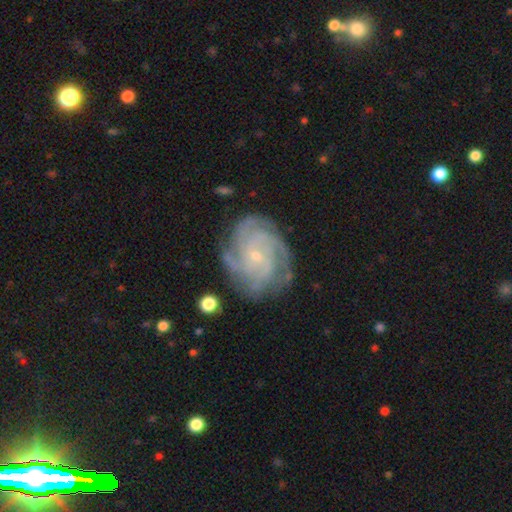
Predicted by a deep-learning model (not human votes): Smooth or featured?
  - featured or disk: 88% *
  - star or artifact: 6%
  - smooth: 6%
Edge-on disk?
  - no: 98% *
  - yes: 2%
Bar?
  - no: 72% *
  - weak: 23%
  - strong: 5%
Spiral arms?
  - yes: 98% *
  - no: 2%
Spiral winding?
  - tight: 65% *
  - medium: 30%
  - loose: 5%
Spiral arm count?
  - 4: 42% *
  - 3: 16%
  - can't tell: 16%
  - more than 4: 14%
  - 2: 7%
  - 1: 6%
Bulge size?
  - small: 83% *
  - moderate: 13%
  - none: 2%
  - large: 1%
  - dominant: 1%
Merging?
  - none: 78% *
  - minor disturbance: 15%
  - major disturbance: 5%
  - merger: 2%